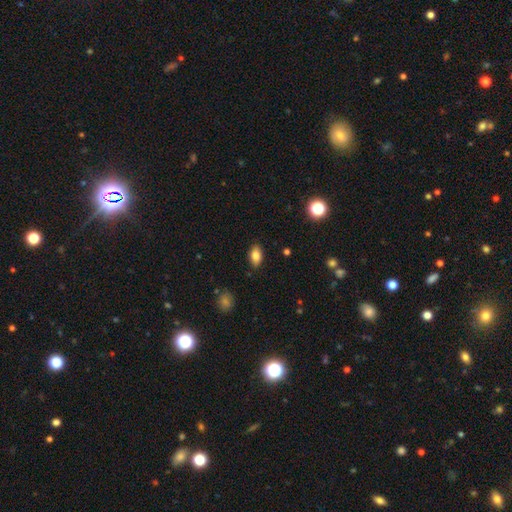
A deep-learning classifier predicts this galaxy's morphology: Smooth or featured?
  - smooth: 83% *
  - star or artifact: 9%
  - featured or disk: 8%
How rounded?
  - in between: 90% *
  - round: 7%
  - cigar-shaped: 3%
Merging?
  - none: 87% *
  - minor disturbance: 10%
  - major disturbance: 2%
  - merger: 1%